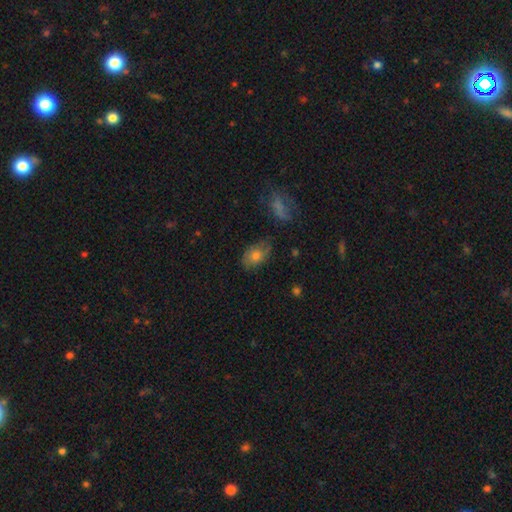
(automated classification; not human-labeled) This is likely a smooth galaxy (69%). How rounded: clearly in between (87%). Merging: likely none (66%).